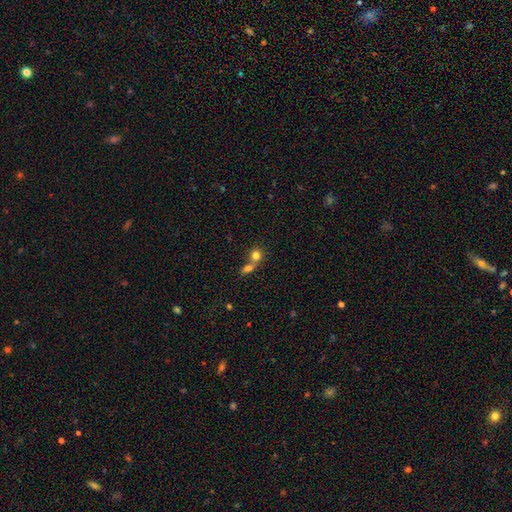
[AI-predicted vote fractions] Overall: smooth (79%). How rounded: round (81%). Merging: merger (57%; none 35%).